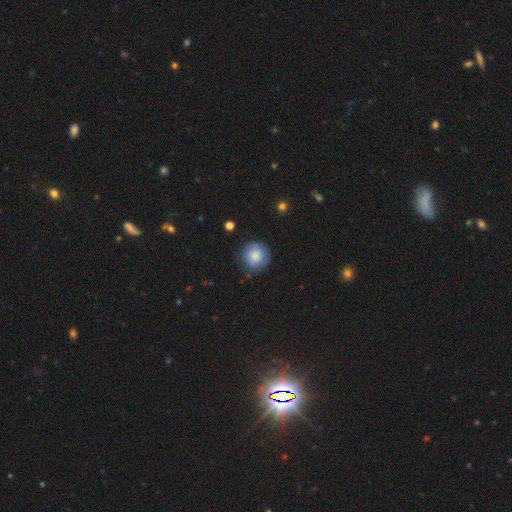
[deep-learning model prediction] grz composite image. It shows a smooth galaxy with no disk features (78%) that is round (92%). Merging: none (78%).